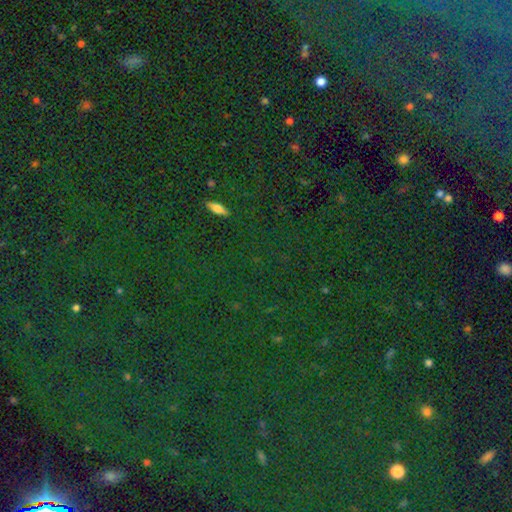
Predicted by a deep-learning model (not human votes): star or artifact 81%, smooth 10%, featured or disk 8%.